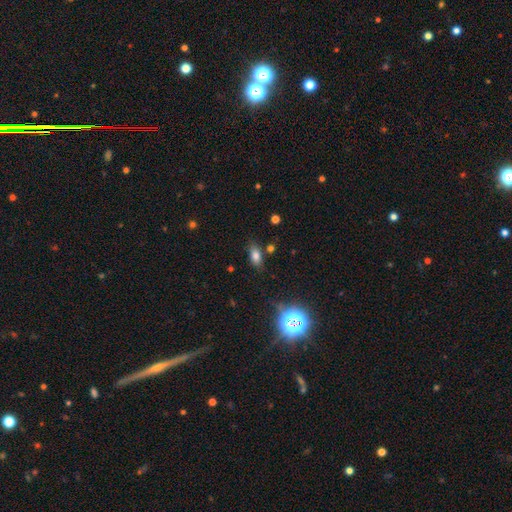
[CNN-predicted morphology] smooth-or-featured: smooth: 75% | star or artifact: 15% | featured or disk: 10%
  how-rounded: in between: 85% | cigar-shaped: 8% | round: 7%
  merging: none: 78% | minor disturbance: 14% | merger: 4% | major disturbance: 4%